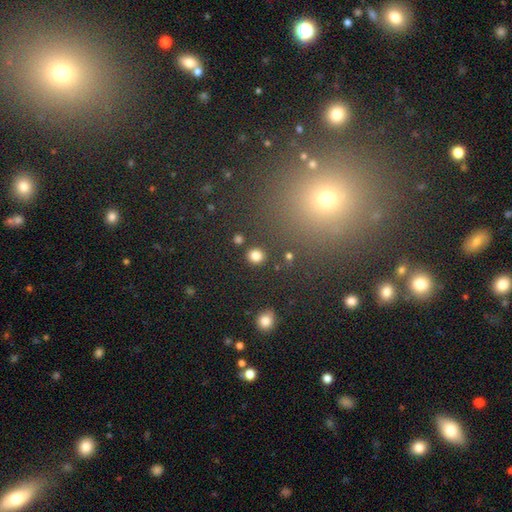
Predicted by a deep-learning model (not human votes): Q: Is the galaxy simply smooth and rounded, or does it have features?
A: smooth — 83%.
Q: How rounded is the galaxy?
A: round — 86%.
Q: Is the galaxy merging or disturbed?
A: none — 89%.